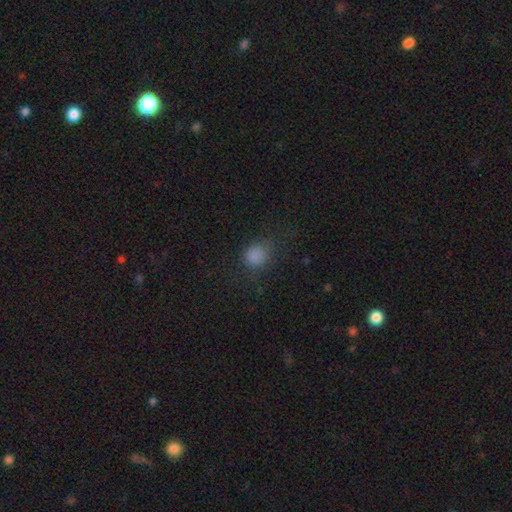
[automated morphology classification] This appears to be a smooth galaxy with no disk features (81%) that is round (70%). Merging: none (72%).